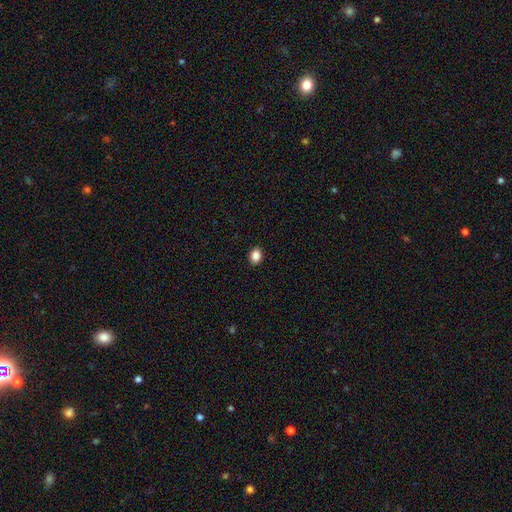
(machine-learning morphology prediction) Smooth or featured? Predicted: smooth (p=0.87). How rounded? Predicted: in between (p=0.58). Merging? Predicted: none (p=0.91).